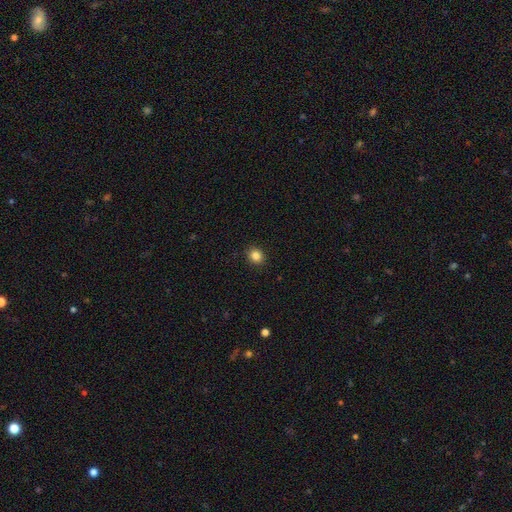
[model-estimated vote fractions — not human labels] The model was most divided on "how rounded": round: 75%, in between: 24%, cigar-shaped: 1%. More confident: merging — none (91%); smooth or featured — smooth (85%).